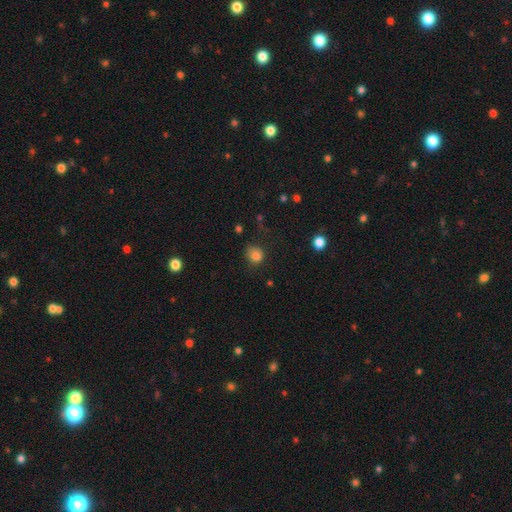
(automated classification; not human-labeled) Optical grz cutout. It shows a smooth galaxy with no disk features (81%) that is round (74%). Merging: none (61%).